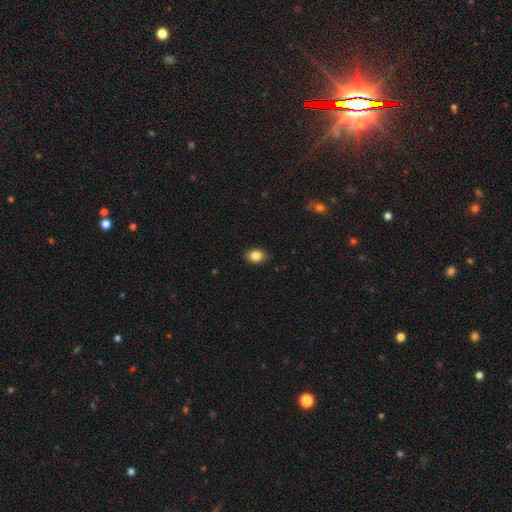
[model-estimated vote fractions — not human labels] Q: Smooth or featured?
A: smooth (84%); runner-up: star or artifact (9%)
Q: How rounded?
A: in between (75%); runner-up: round (24%)
Q: Merging?
A: none (88%); runner-up: minor disturbance (9%)